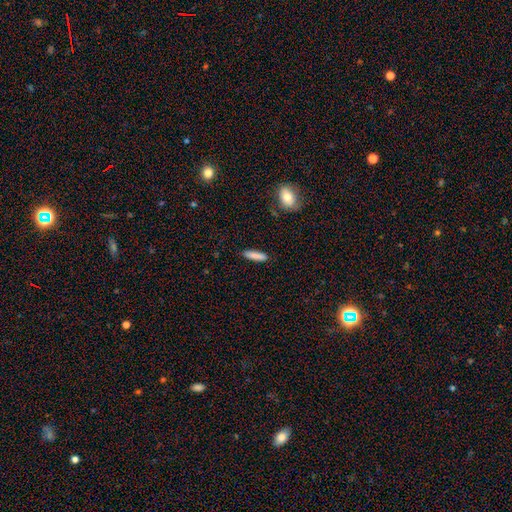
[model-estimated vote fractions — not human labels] smooth-or-featured: smooth: 85% | featured or disk: 8% | star or artifact: 7%
  how-rounded: cigar-shaped: 78% | in between: 20% | round: 2%
  merging: none: 87% | minor disturbance: 9% | major disturbance: 2% | merger: 2%